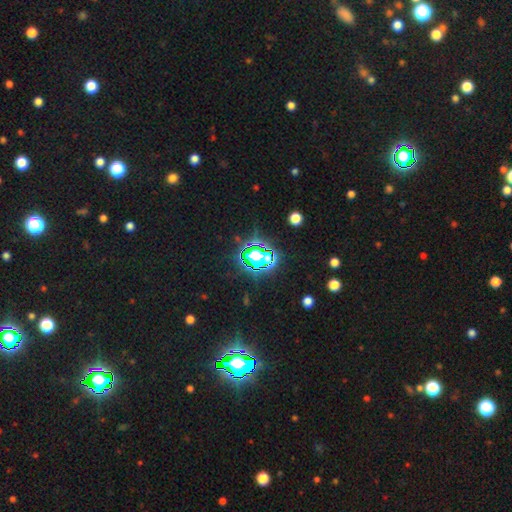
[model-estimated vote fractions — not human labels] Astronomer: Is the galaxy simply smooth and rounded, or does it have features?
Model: star or artifact — 67%.